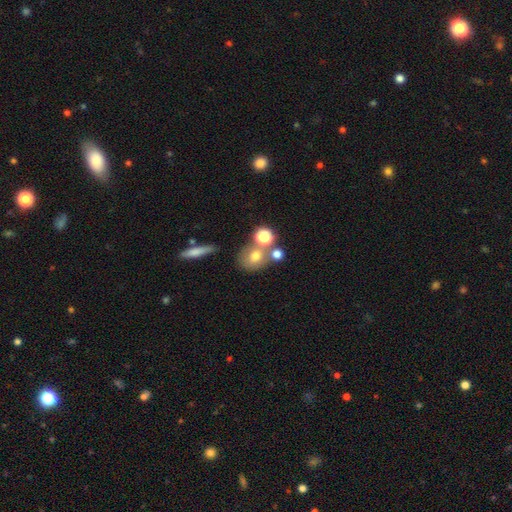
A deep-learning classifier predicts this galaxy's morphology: Smooth or featured? Predicted: smooth (p=0.67). How rounded? Predicted: round (p=0.69). Merging? Predicted: none (p=0.51).